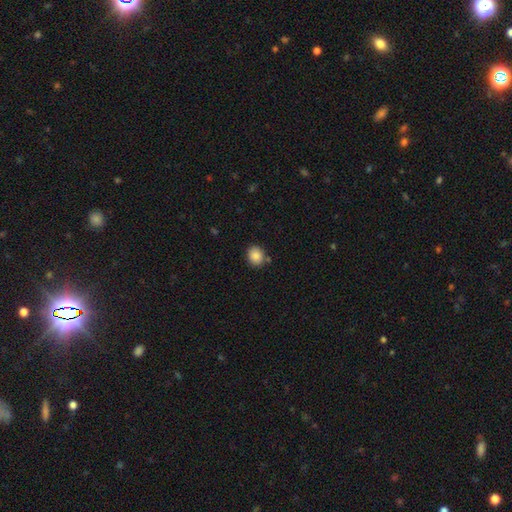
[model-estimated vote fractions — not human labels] Morphology: type=smooth (87%); roundness=round (65%); merging=none (81%).